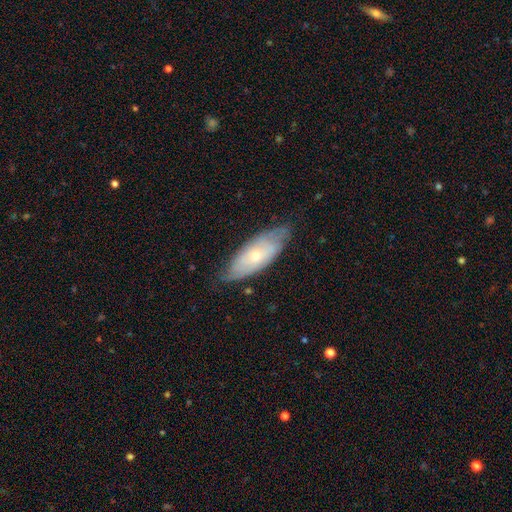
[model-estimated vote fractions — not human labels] Overall: smooth (48%; featured or disk 45%). Merging: none (69%).